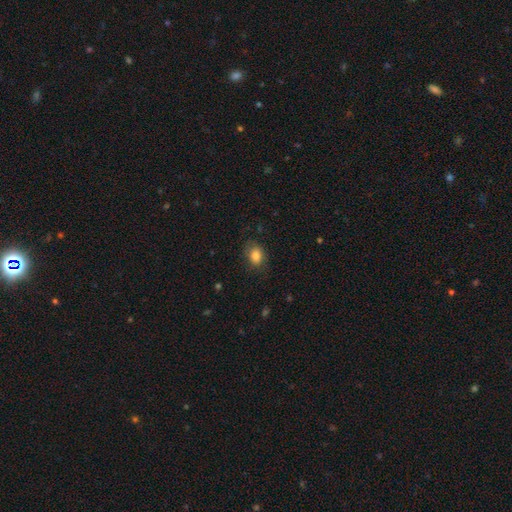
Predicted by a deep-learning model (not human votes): smooth-or-featured: smooth: 82% | featured or disk: 9% | star or artifact: 9%
  how-rounded: in between: 70% | round: 29% | cigar-shaped: 1%
  merging: none: 74% | minor disturbance: 19% | major disturbance: 7% | merger: 1%